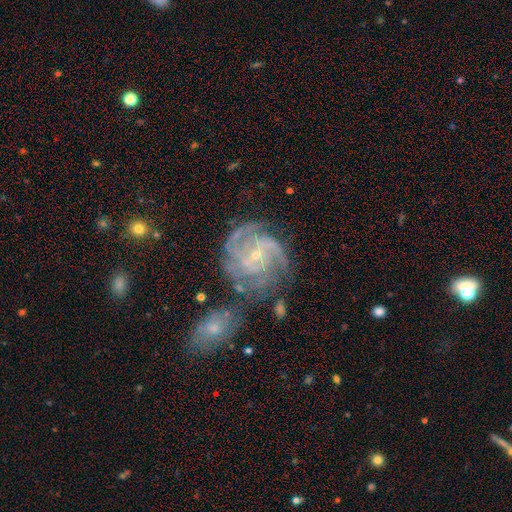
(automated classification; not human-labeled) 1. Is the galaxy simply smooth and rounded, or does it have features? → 89% featured or disk, 6% star or artifact, 5% smooth.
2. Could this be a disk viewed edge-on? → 98% no, 2% yes.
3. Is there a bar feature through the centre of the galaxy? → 58% no, 33% weak, 9% strong.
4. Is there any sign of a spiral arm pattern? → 97% yes, 3% no.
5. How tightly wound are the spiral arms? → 62% tight, 33% medium, 6% loose.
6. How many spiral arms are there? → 34% 3, 22% 4, 18% can't tell, 12% 2, 7% more than 4, 6% 1.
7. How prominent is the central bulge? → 81% small, 15% moderate, 2% none, 1% large, 1% dominant.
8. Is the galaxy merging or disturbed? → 58% none, 19% minor disturbance, 13% merger, 10% major disturbance.